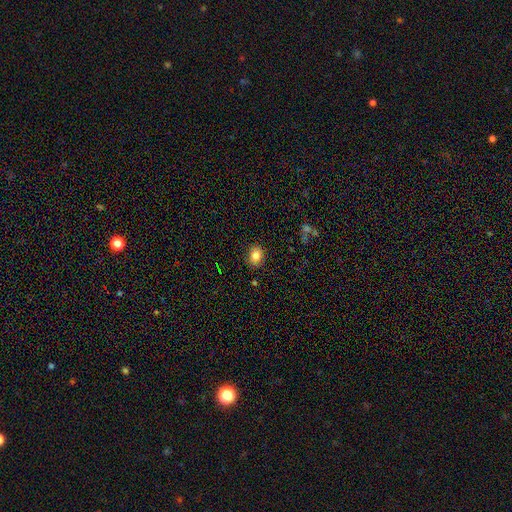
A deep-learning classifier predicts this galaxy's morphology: Overall: smooth (82%). How rounded: in between (58%; round 41%). Merging: none (87%).